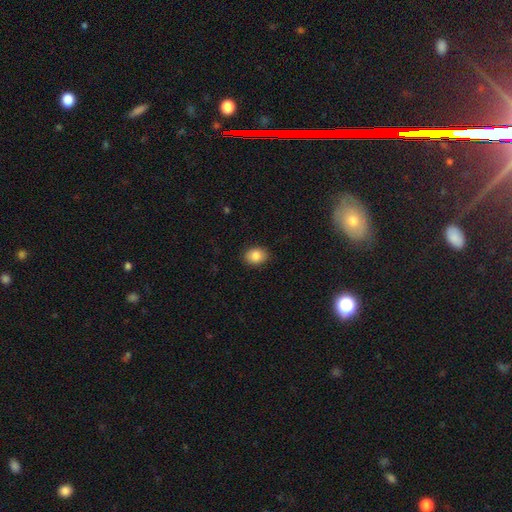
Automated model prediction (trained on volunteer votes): This appears to be a smooth galaxy with no disk features (85%) that is in between round and cigar-shaped (66%). Merging: none (89%).